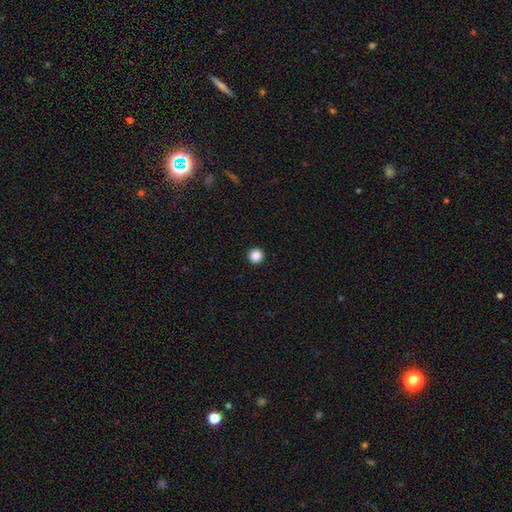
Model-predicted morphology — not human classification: Smooth or featured? Predicted: smooth (p=0.87). How rounded? Predicted: round (p=0.96). Merging? Predicted: none (p=0.94).